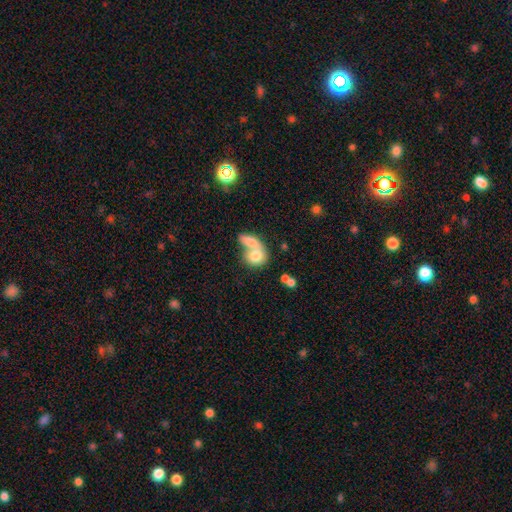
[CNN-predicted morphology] This is likely a smooth galaxy (74%). How rounded: possibly in between (50%). Merging: likely merger (72%).